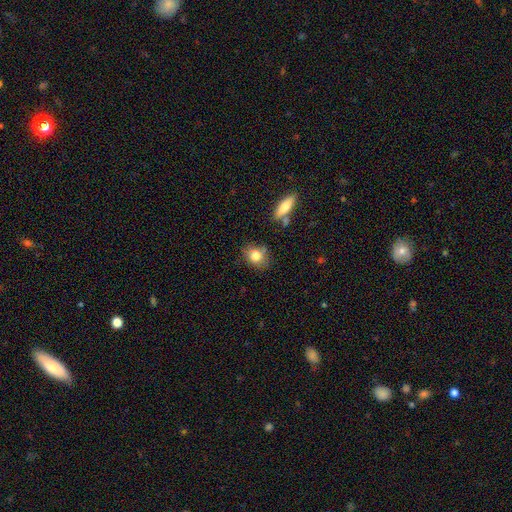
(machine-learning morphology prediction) This is clearly a smooth galaxy (80%). How rounded: possibly round (52%). Merging: likely none (69%).